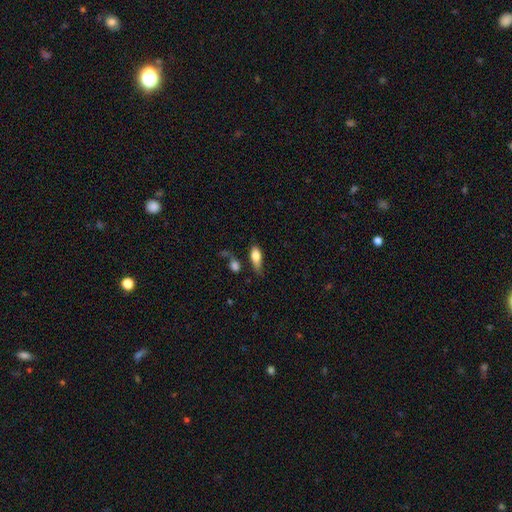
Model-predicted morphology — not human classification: Smooth or featured: smooth — 77% (featured or disk — 15%)
How rounded: in between — 77% (cigar-shaped — 18%)
Merging: none — 43% (minor disturbance — 32%)